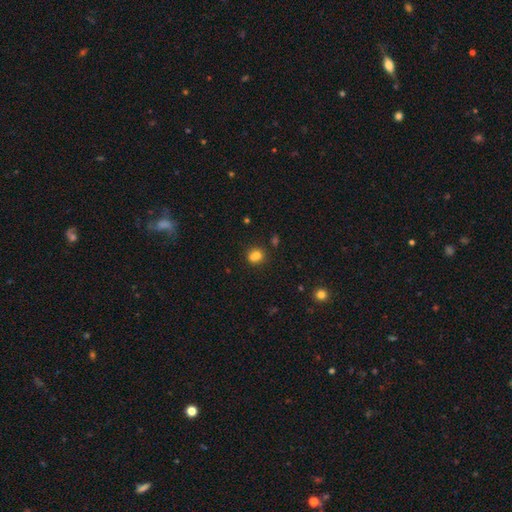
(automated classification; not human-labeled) smooth_or_featured: smooth (p=0.73) [alt: star or artifact p=0.14]
how_rounded: round (p=0.75) [alt: in between p=0.24]
merging: none (p=0.45) [alt: merger p=0.40]